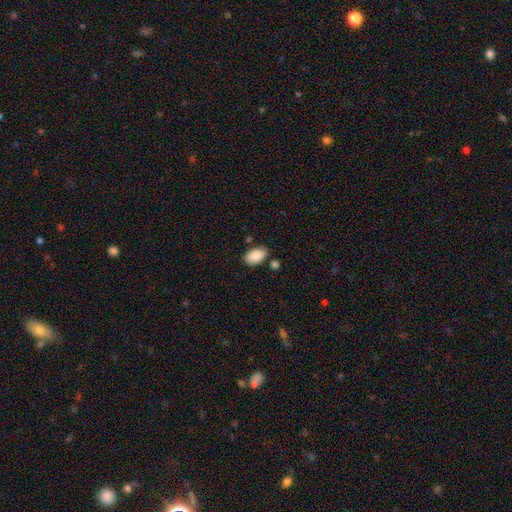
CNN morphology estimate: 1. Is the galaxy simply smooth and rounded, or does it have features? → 89% smooth, 7% star or artifact, 4% featured or disk.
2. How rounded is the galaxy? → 94% in between, 5% round, 1% cigar-shaped.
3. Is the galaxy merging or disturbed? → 79% none, 13% minor disturbance, 6% merger, 3% major disturbance.